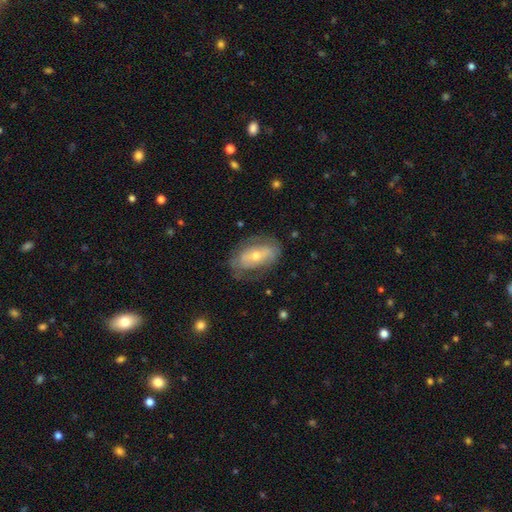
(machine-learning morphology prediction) A featured or disk galaxy (59%) with no bar (43%), no spiral arms (54%) and a moderate central bulge (51%). Merging: none (64%).